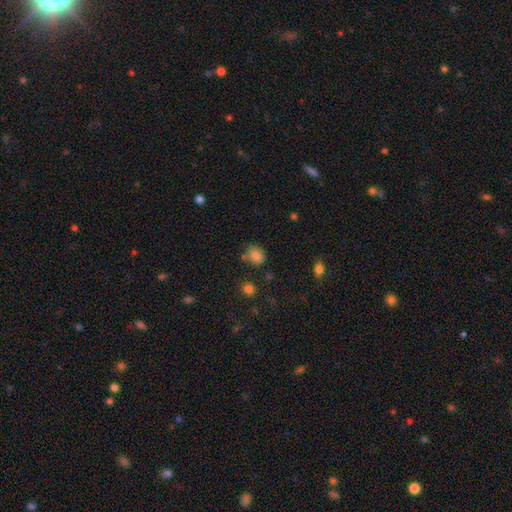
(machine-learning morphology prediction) Overall: smooth (81%). How rounded: round (53%; in between 46%). Merging: none (67%).